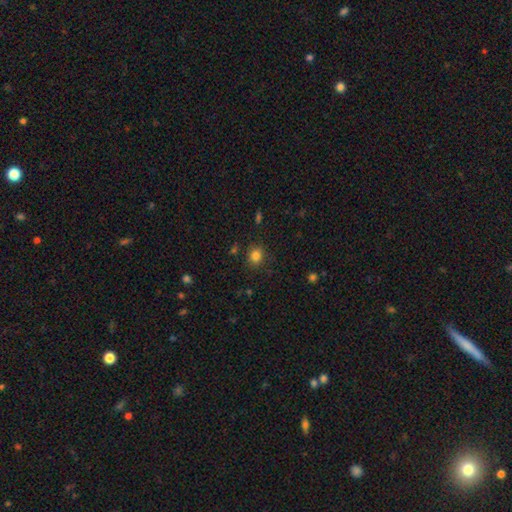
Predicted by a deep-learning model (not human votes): smooth-or-featured: smooth: 82% | star or artifact: 13% | featured or disk: 5%
  how-rounded: round: 71% | in between: 29% | cigar-shaped: 1%
  merging: none: 84% | minor disturbance: 10% | major disturbance: 3% | merger: 2%